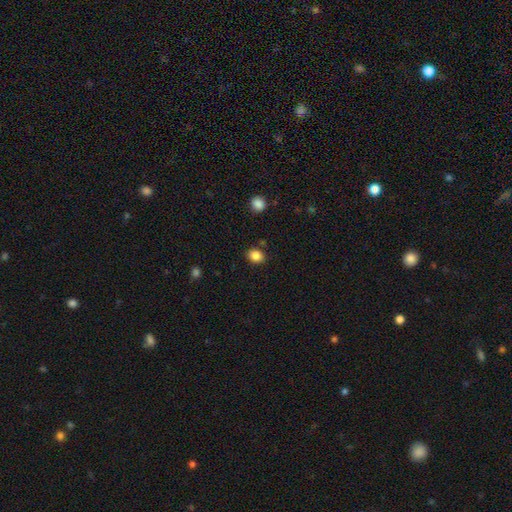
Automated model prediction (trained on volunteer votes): Smooth or featured?
  - smooth: 86% *
  - star or artifact: 10%
  - featured or disk: 4%
How rounded?
  - round: 51% *
  - in between: 48%
  - cigar-shaped: 1%
Merging?
  - none: 84% *
  - minor disturbance: 10%
  - merger: 3%
  - major disturbance: 3%